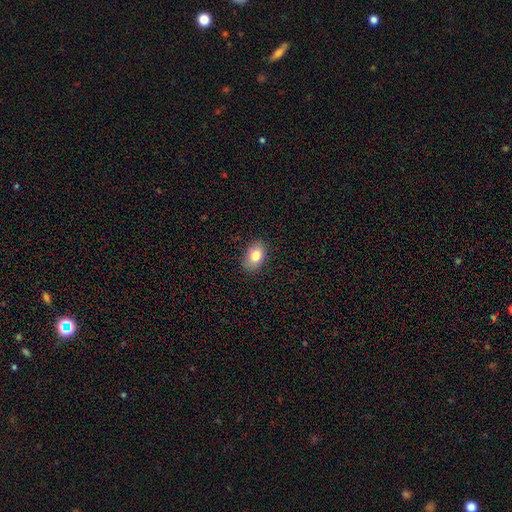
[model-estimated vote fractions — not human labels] A smooth galaxy with no disk features (80%) that is in between round and cigar-shaped (83%). Merging: none (85%).